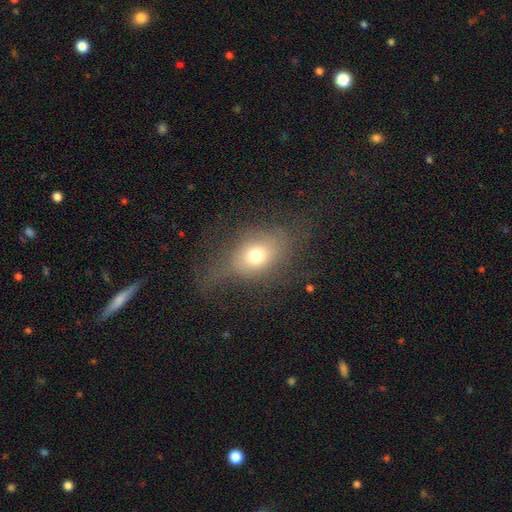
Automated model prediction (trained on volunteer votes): The model was most divided on "merging": none: 46%, major disturbance: 29%, minor disturbance: 23%, merger: 2%. More confident: smooth or featured — smooth (65%); how rounded — in between (64%).